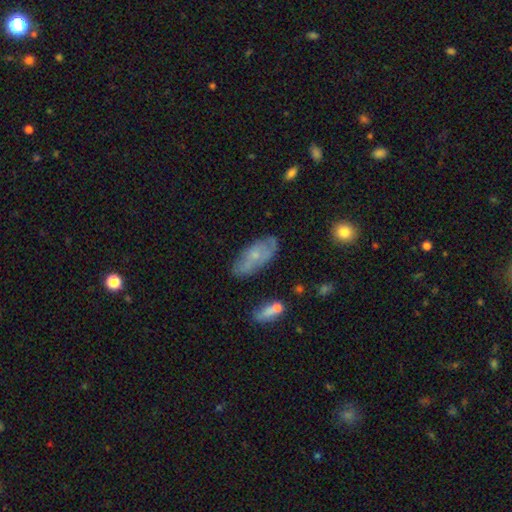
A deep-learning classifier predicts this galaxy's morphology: A featured or disk galaxy (48%).

Vote fractions:
- Smooth or featured? featured or disk: 48% / smooth: 45% / star or artifact: 8%
- Merging? none: 65% / minor disturbance: 24% / major disturbance: 7% / merger: 3%